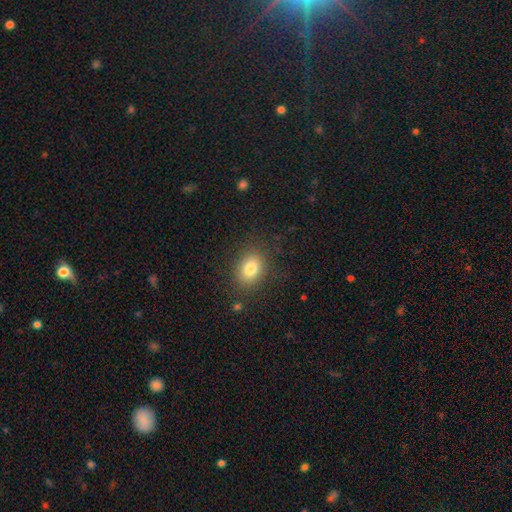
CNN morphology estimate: Overall: smooth (79%). How rounded: in between (60%; round 39%). Merging: none (88%).